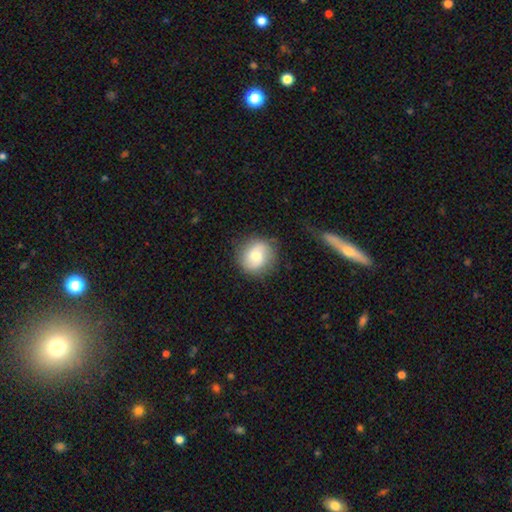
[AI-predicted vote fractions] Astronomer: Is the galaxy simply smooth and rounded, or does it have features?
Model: smooth — 60%.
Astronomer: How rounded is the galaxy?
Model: round — 87%.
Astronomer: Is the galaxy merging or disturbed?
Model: none — 78%.